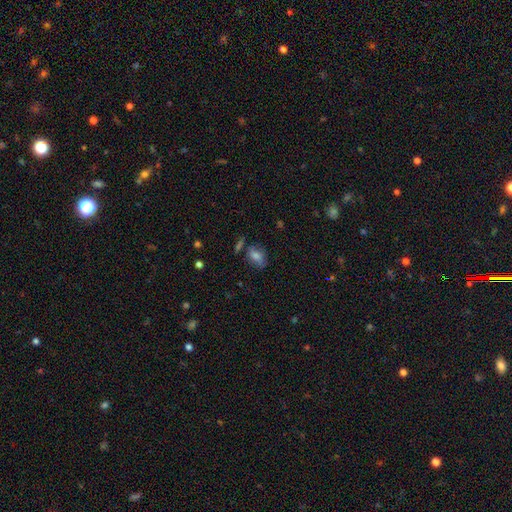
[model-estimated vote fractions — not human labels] A smooth galaxy with no disk features (65%) that is in between round and cigar-shaped (80%).

Vote fractions:
- Smooth or featured? smooth: 65% / featured or disk: 21% / star or artifact: 14%
- How rounded? in between: 80% / round: 17% / cigar-shaped: 3%
- Merging? none: 61% / minor disturbance: 22% / major disturbance: 9% / merger: 8%